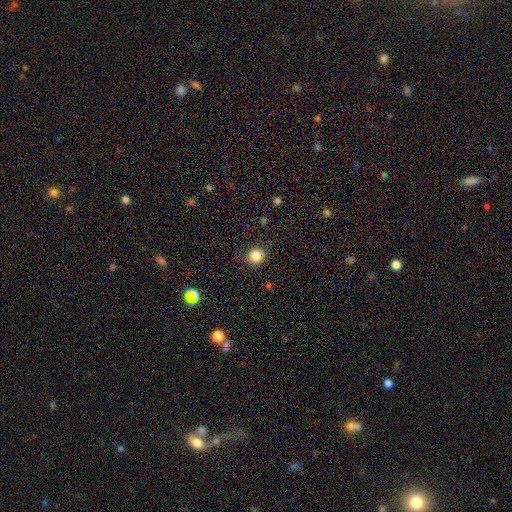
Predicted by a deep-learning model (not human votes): smooth-or-featured: smooth: 84% | star or artifact: 11% | featured or disk: 5%
  how-rounded: round: 84% | in between: 15% | cigar-shaped: 1%
  merging: none: 87% | minor disturbance: 9% | major disturbance: 3% | merger: 1%